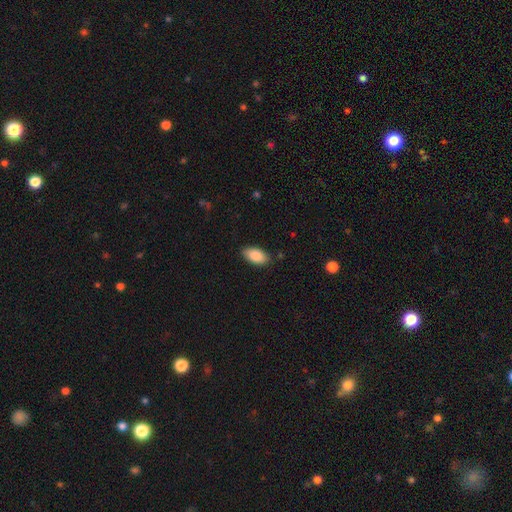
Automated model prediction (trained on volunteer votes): Overall: smooth (87%). How rounded: in between (93%). Merging: none (85%).